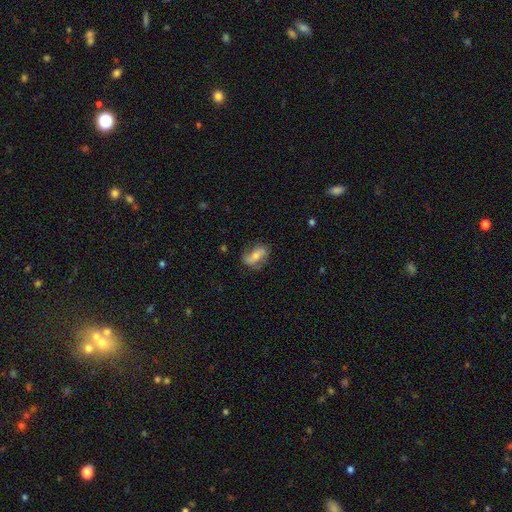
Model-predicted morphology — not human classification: Overall: featured or disk (49%; smooth 43%). Merging: none (66%).